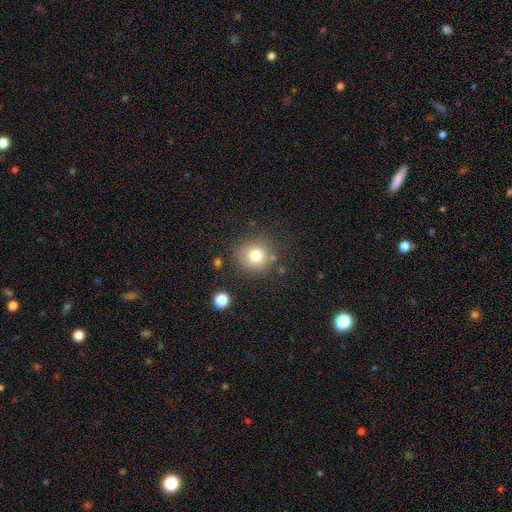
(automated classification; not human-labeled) smooth 77%, star or artifact 12%, featured or disk 10%. Down the decision tree: how rounded — round (90%); merging — none (79%).